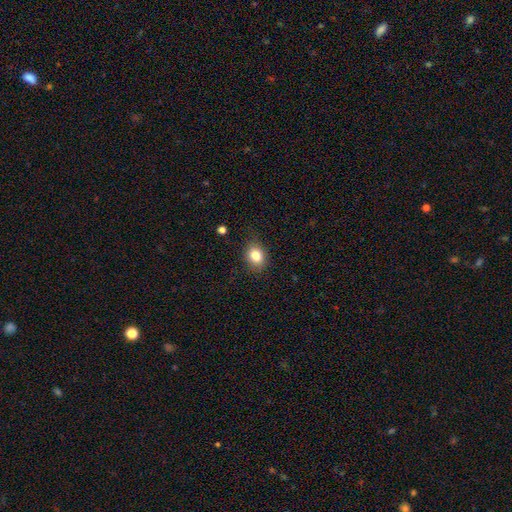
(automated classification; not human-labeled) smooth 82%, star or artifact 10%, featured or disk 8%. Down the decision tree: how rounded — in between (51%); merging — none (80%).